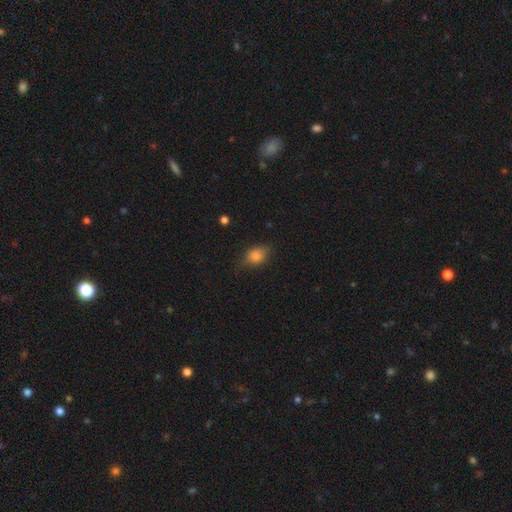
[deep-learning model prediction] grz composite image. It shows a smooth galaxy with no disk features (80%) that is in between round and cigar-shaped (63%). Merging: none (69%).